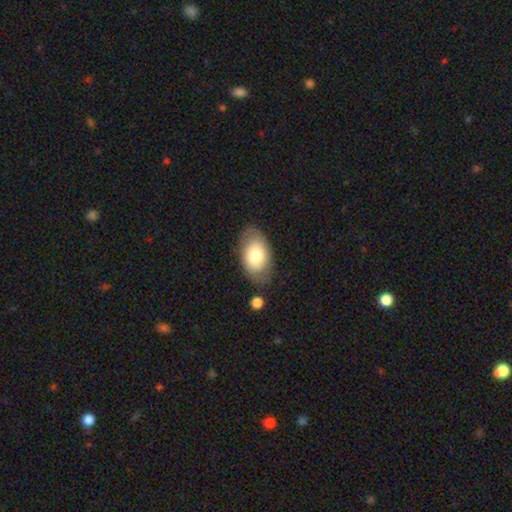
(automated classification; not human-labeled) The model was most divided on "smooth or featured": smooth: 71%, featured or disk: 22%, star or artifact: 7%. More confident: how rounded — in between (90%); merging — none (73%).